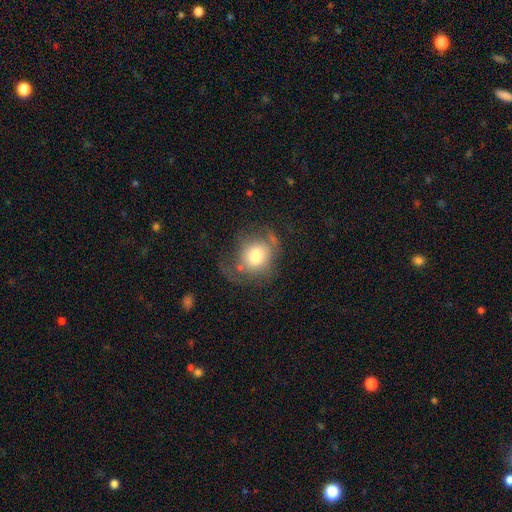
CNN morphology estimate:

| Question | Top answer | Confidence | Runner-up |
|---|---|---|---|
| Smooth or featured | smooth | 61% | featured or disk (30%) |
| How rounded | round | 65% | in between (34%) |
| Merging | none | 38% | major disturbance (31%) |